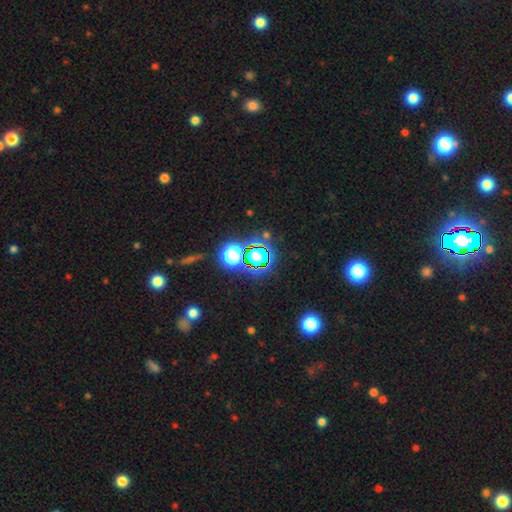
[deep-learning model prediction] smooth-or-featured: star or artifact: 67% | smooth: 23% | featured or disk: 10%